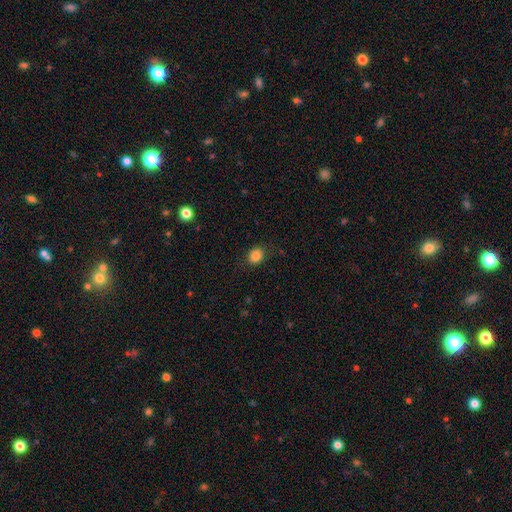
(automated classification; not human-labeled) A smooth galaxy with no disk features (84%) that is round (69%).

Vote fractions:
- Smooth or featured? smooth: 84% / star or artifact: 11% / featured or disk: 5%
- How rounded? round: 69% / in between: 30% / cigar-shaped: 1%
- Merging? none: 84% / minor disturbance: 12% / major disturbance: 3% / merger: 1%